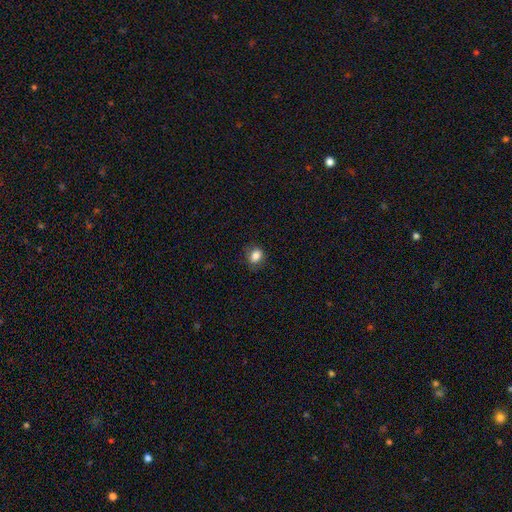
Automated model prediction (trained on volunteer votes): This is clearly a smooth galaxy (82%). How rounded: possibly in between (51%). Merging: likely none (77%).